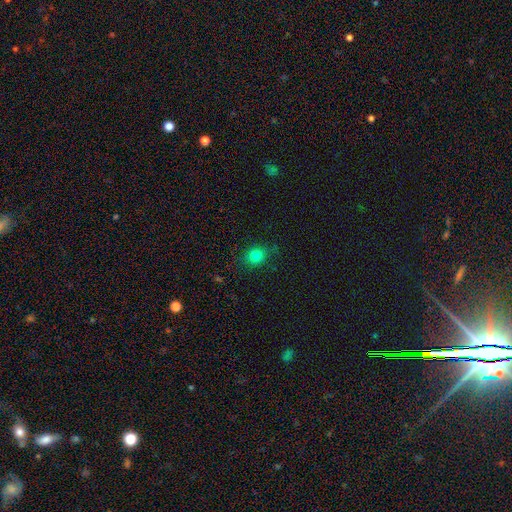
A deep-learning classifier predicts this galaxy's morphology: Smooth or featured? Predicted: smooth (p=0.81). How rounded? Predicted: round (p=0.74). Merging? Predicted: none (p=0.78).